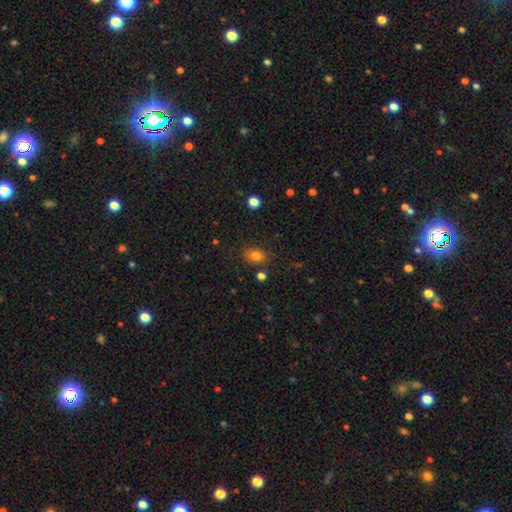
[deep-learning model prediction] smooth-or-featured: smooth: 80% | star or artifact: 13% | featured or disk: 7%
  how-rounded: in between: 61% | round: 37% | cigar-shaped: 1%
  merging: none: 79% | minor disturbance: 13% | merger: 4% | major disturbance: 4%